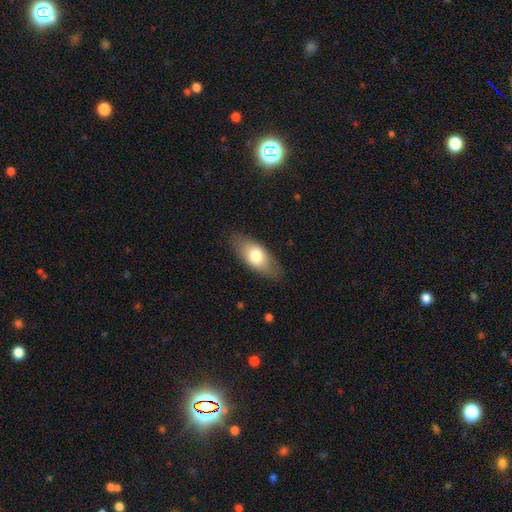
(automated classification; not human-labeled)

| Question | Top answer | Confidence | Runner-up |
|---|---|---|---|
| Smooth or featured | smooth | 72% | featured or disk (22%) |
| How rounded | in between | 83% | cigar-shaped (13%) |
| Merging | none | 83% | minor disturbance (13%) |